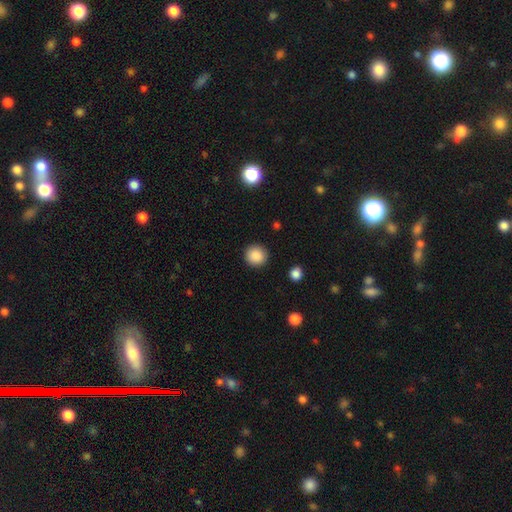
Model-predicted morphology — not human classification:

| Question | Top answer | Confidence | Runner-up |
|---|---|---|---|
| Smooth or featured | smooth | 88% | star or artifact (9%) |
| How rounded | round | 93% | in between (6%) |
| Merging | none | 91% | minor disturbance (6%) |